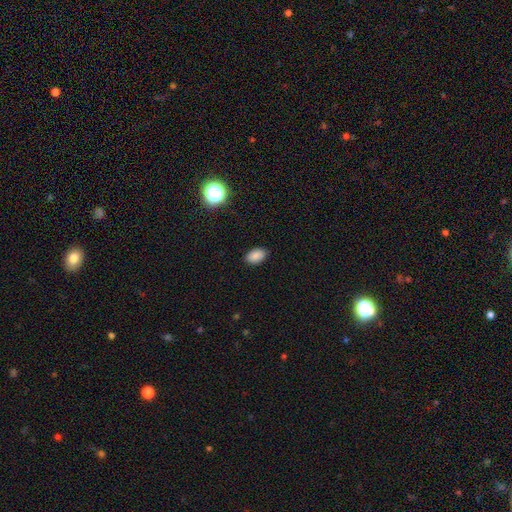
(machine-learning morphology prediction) The model was most divided on "smooth or featured": smooth: 86%, star or artifact: 10%, featured or disk: 4%. More confident: how rounded — in between (88%); merging — none (87%).